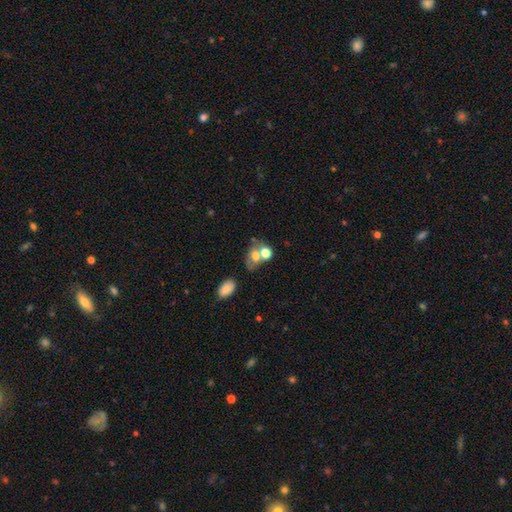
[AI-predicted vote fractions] Smooth or featured? smooth (64%)
How rounded? in between (67%)
Merging? merger (45%)